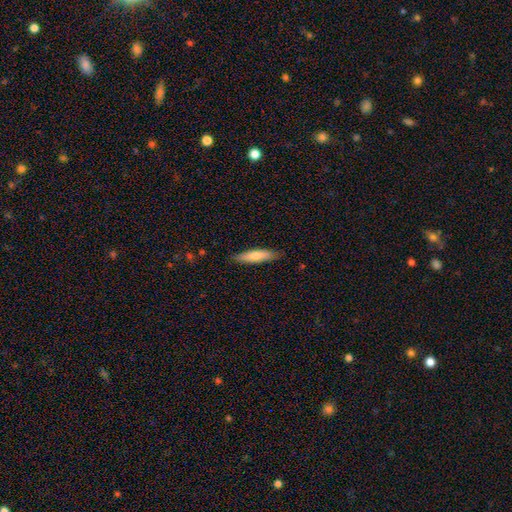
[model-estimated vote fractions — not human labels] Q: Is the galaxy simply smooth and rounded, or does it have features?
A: smooth — 68%.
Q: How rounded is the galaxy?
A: cigar-shaped — 77%.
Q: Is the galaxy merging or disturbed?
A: none — 85%.